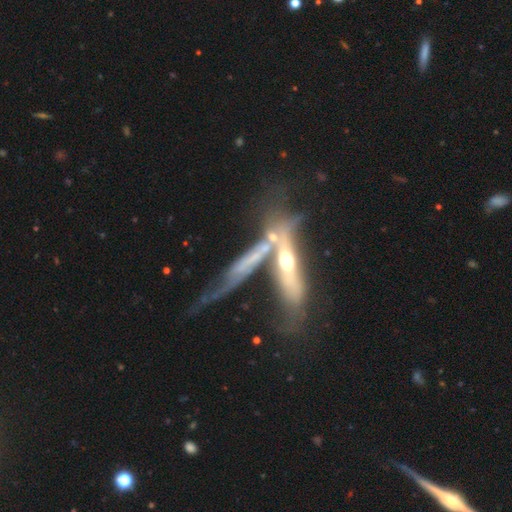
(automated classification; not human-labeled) Smooth or featured? Predicted: featured or disk (p=0.71). Edge-on disk? Predicted: yes (p=0.69). Merging? Predicted: merger (p=0.48).